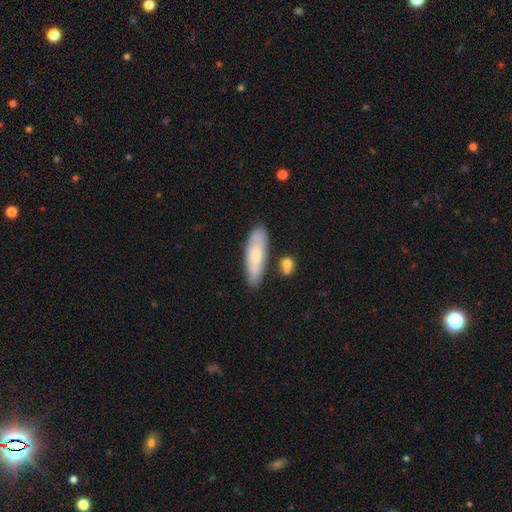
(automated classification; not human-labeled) This is likely a smooth galaxy (65%). How rounded: possibly cigar-shaped (53%). Merging: likely none (76%).